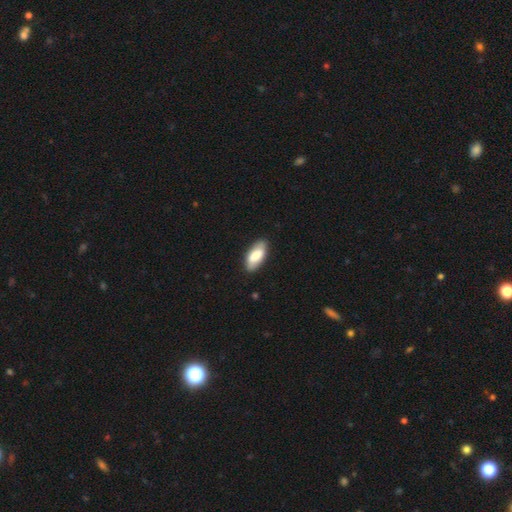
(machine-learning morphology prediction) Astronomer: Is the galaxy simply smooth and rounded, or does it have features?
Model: smooth — 74%.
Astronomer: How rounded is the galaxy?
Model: in between — 88%.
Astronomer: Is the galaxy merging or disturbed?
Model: none — 84%.